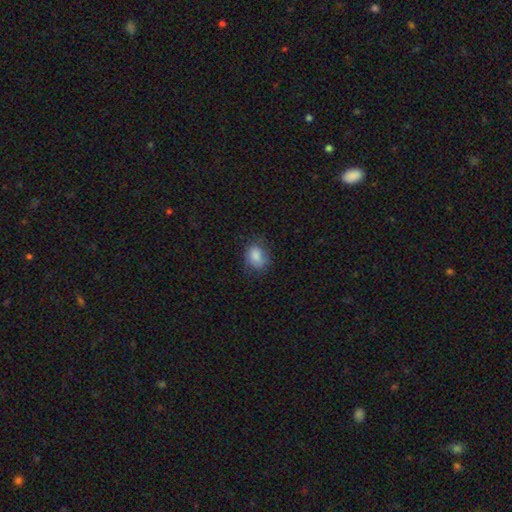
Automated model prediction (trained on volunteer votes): The model was most divided on "how rounded": in between: 50%, round: 49%, cigar-shaped: 1%. More confident: smooth or featured — smooth (83%); merging — none (68%).